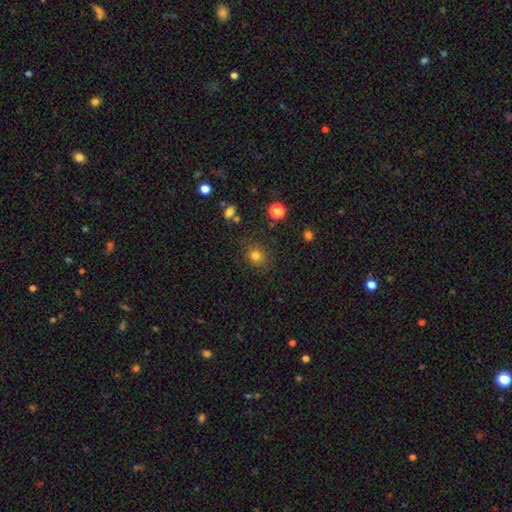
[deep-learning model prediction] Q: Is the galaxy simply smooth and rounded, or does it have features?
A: smooth — 79%.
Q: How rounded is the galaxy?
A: round — 73%.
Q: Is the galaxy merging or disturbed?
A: none — 83%.